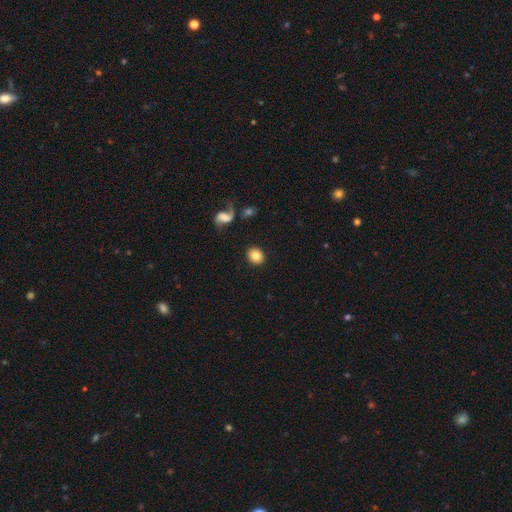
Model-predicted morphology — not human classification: Q: Smooth or featured?
A: smooth (81%); runner-up: featured or disk (11%)
Q: How rounded?
A: round (72%); runner-up: in between (27%)
Q: Merging?
A: none (89%); runner-up: minor disturbance (7%)